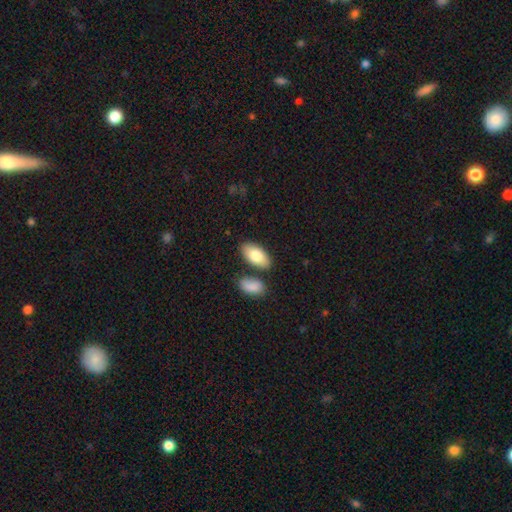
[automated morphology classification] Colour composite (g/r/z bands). It shows a smooth galaxy with no disk features (81%) that is in between round and cigar-shaped (94%). Merging: none (75%).